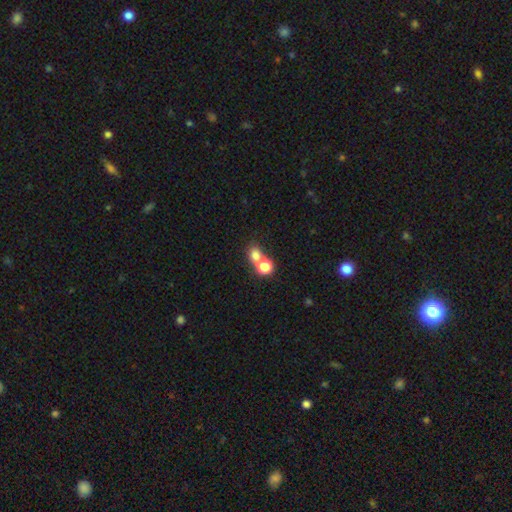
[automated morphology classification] Smooth or featured? Predicted: smooth (p=0.75). How rounded? Predicted: round (p=0.71). Merging? Predicted: merger (p=0.54).